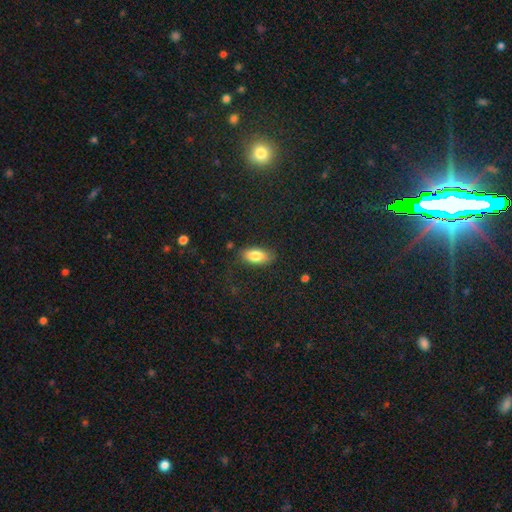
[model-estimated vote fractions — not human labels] smooth-or-featured: smooth: 82% | featured or disk: 11% | star or artifact: 7%
  how-rounded: in between: 89% | cigar-shaped: 8% | round: 3%
  merging: none: 82% | minor disturbance: 13% | major disturbance: 4% | merger: 1%